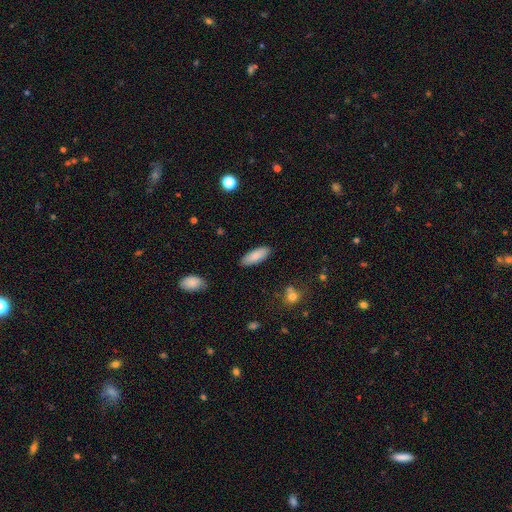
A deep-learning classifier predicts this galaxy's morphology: The model was most divided on "how rounded": in between: 72%, cigar-shaped: 26%, round: 2%. More confident: merging — none (87%); smooth or featured — smooth (87%).